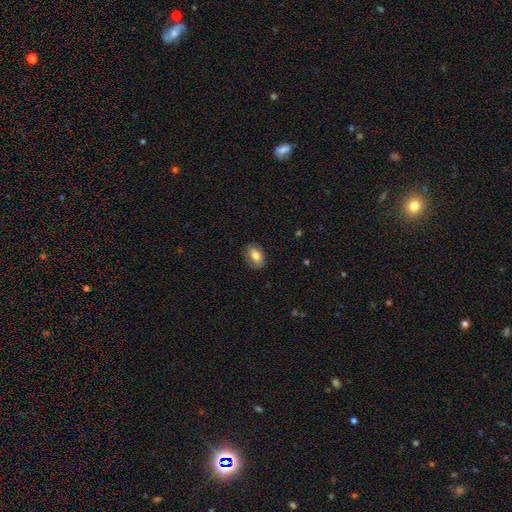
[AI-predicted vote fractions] Smooth or featured? Predicted: smooth (p=0.72). How rounded? Predicted: in between (p=0.80). Merging? Predicted: none (p=0.82).